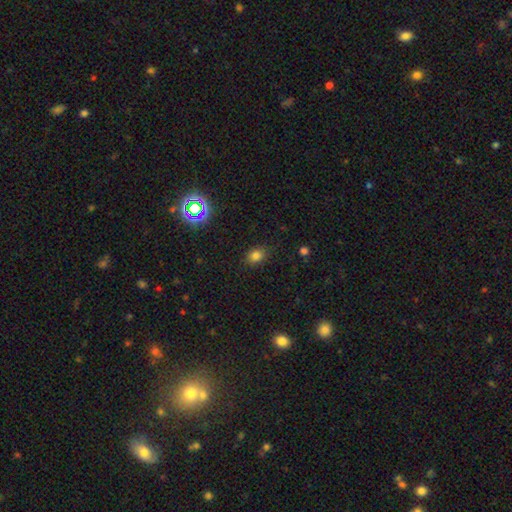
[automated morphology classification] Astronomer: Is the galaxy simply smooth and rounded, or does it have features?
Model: smooth — 77%.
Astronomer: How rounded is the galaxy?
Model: in between — 59% (runner-up: round, 40%).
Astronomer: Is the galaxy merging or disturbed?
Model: none — 83%.